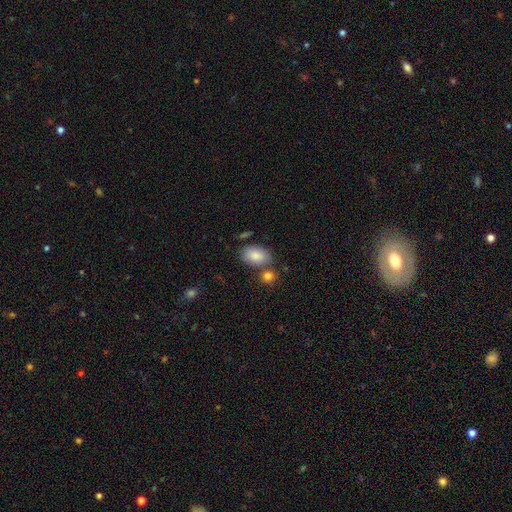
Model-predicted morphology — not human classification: smooth_or_featured: smooth (p=0.85) [alt: featured or disk p=0.08]
how_rounded: in between (p=0.89) [alt: round p=0.09]
merging: none (p=0.67) [alt: merger p=0.15]